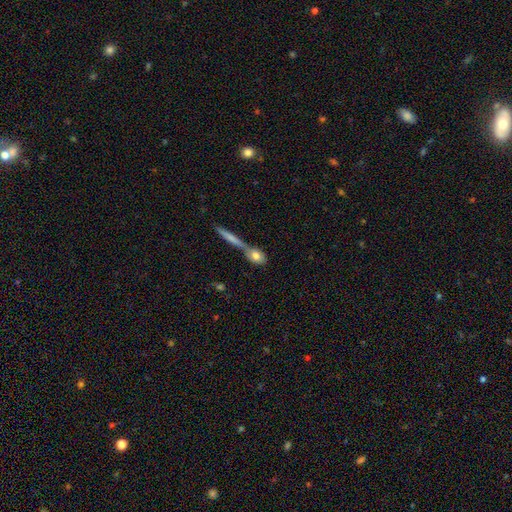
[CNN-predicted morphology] smooth_or_featured: smooth (p=0.72) [alt: featured or disk p=0.20]
how_rounded: in between (p=0.51) [alt: round p=0.27]
merging: none (p=0.42) [alt: merger p=0.41]